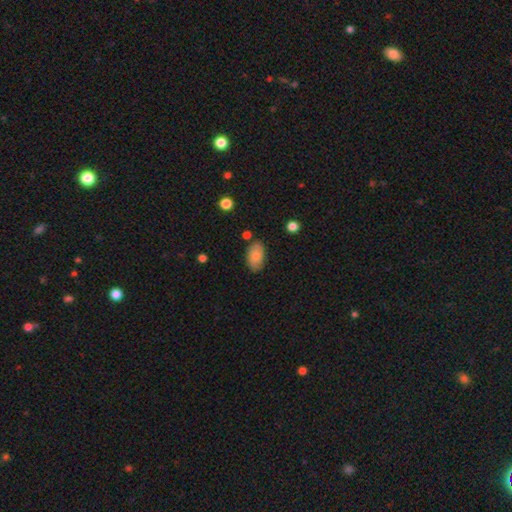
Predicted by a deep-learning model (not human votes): Smooth or featured?
  - smooth: 82% *
  - featured or disk: 11%
  - star or artifact: 7%
How rounded?
  - in between: 93% *
  - round: 5%
  - cigar-shaped: 2%
Merging?
  - none: 80% *
  - minor disturbance: 14%
  - merger: 3%
  - major disturbance: 3%